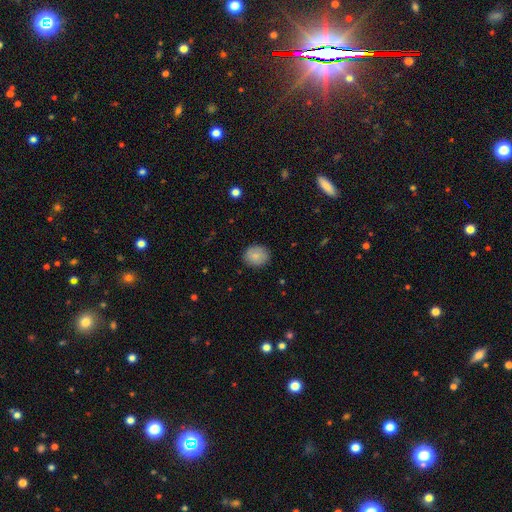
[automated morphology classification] This appears to be a smooth galaxy with no disk features (84%) that is round (67%). Merging: none (86%).